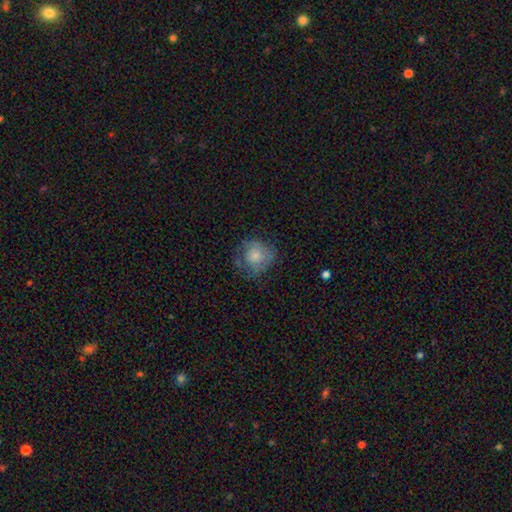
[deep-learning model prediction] Morphology: type=smooth (67%); roundness=round (83%); merging=none (56%).